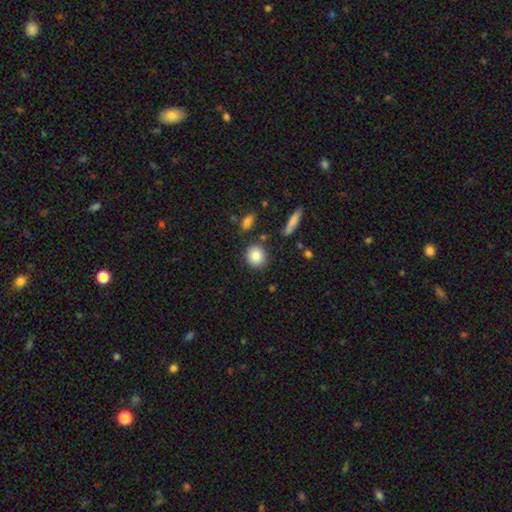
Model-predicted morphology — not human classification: Smooth or featured? smooth (85%)
How rounded? round (84%)
Merging? none (85%)